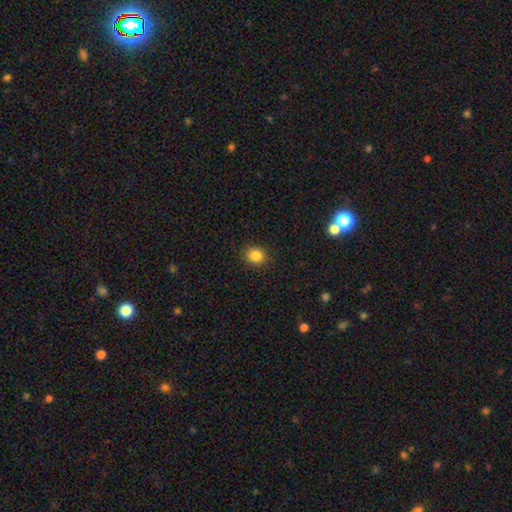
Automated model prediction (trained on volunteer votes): Overall: smooth (85%). How rounded: round (78%). Merging: none (91%).